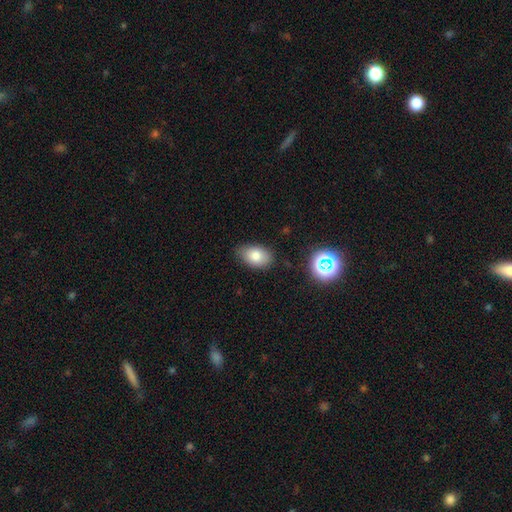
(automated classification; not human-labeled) Q: Smooth or featured?
A: smooth (80%); runner-up: star or artifact (10%)
Q: How rounded?
A: in between (88%); runner-up: round (11%)
Q: Merging?
A: none (80%); runner-up: minor disturbance (15%)